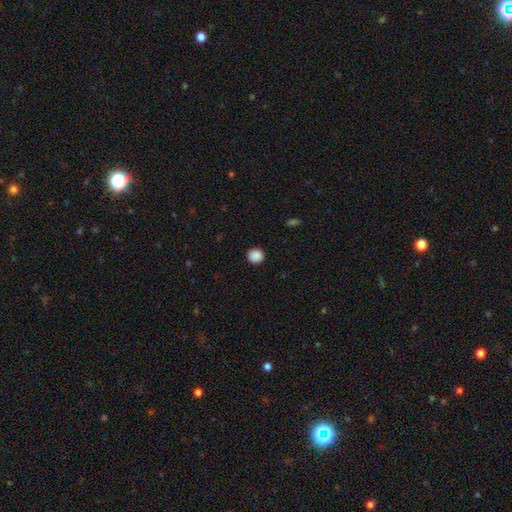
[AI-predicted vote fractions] A smooth galaxy with no disk features (89%) that is round (90%).

Vote fractions:
- Smooth or featured? smooth: 89% / star or artifact: 9% / featured or disk: 3%
- How rounded? round: 90% / in between: 9% / cigar-shaped: 1%
- Merging? none: 92% / minor disturbance: 6% / major disturbance: 2% / merger: 1%